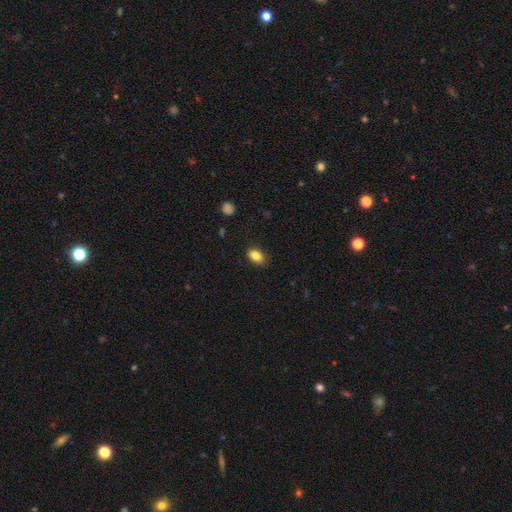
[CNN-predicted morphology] smooth-or-featured: smooth: 86% | star or artifact: 9% | featured or disk: 6%
  how-rounded: in between: 82% | round: 16% | cigar-shaped: 1%
  merging: none: 85% | minor disturbance: 11% | major disturbance: 2% | merger: 1%